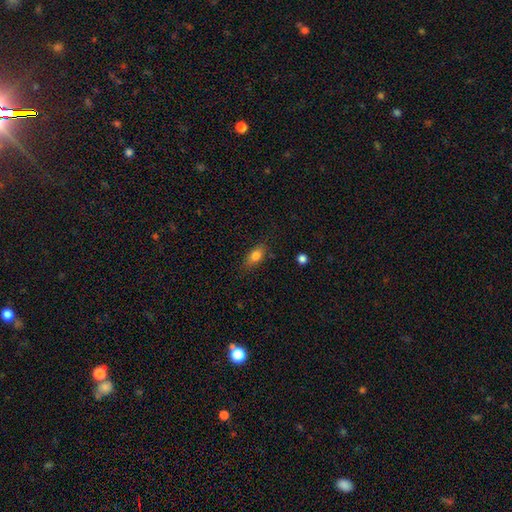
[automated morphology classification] smooth_or_featured: smooth (p=0.80) [alt: featured or disk p=0.11]
how_rounded: in between (p=0.80) [alt: cigar-shaped p=0.10]
merging: none (p=0.79) [alt: minor disturbance p=0.16]